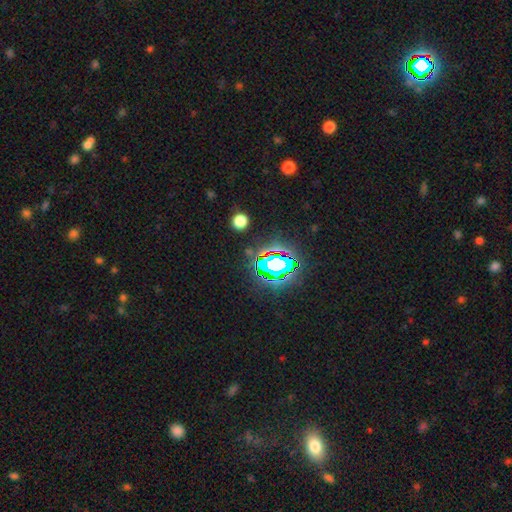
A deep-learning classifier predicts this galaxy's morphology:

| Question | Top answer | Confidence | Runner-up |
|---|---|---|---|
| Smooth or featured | star or artifact | 80% | smooth (12%) |